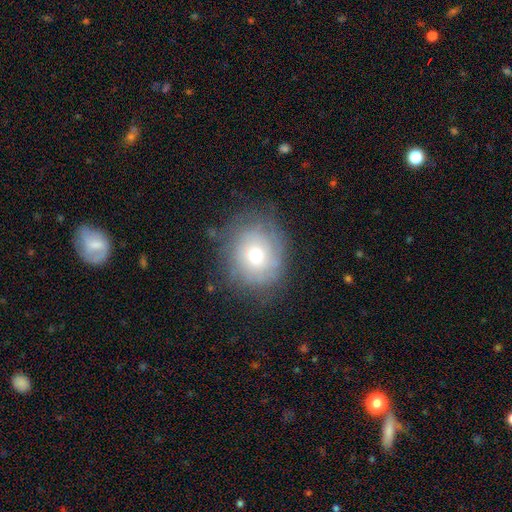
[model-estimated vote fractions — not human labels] Morphology: type=smooth (46%); merging=none (72%).